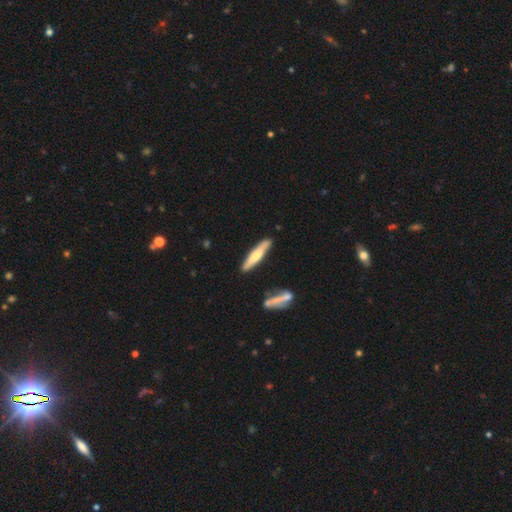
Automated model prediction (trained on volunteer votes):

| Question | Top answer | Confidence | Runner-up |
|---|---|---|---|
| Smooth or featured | smooth | 58% | featured or disk (37%) |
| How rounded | cigar-shaped | 89% | in between (10%) |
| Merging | none | 82% | minor disturbance (12%) |